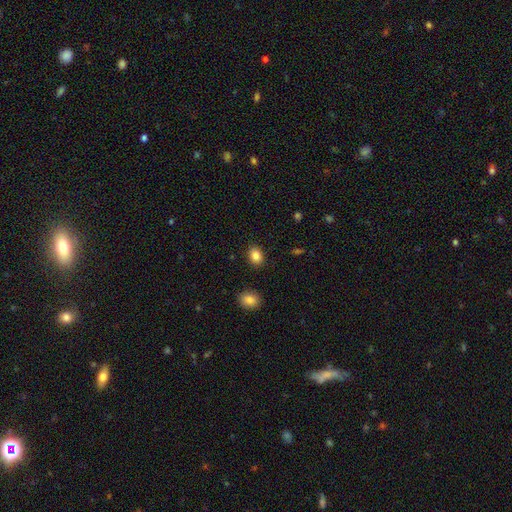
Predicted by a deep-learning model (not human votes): Morphology: type=smooth (86%); roundness=in between (62%); merging=none (89%).